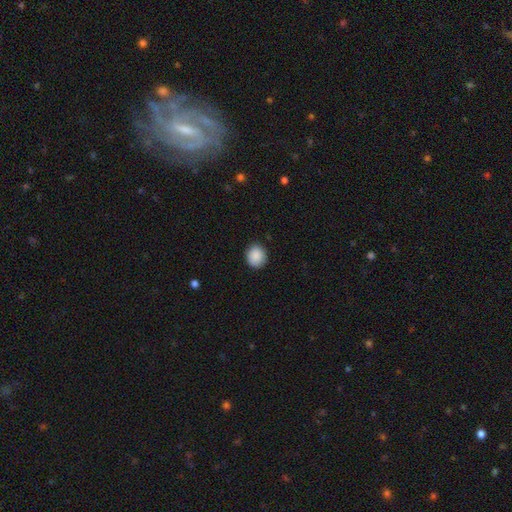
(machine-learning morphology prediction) A smooth galaxy with no disk features (89%) that is round (78%). Merging: none (89%).